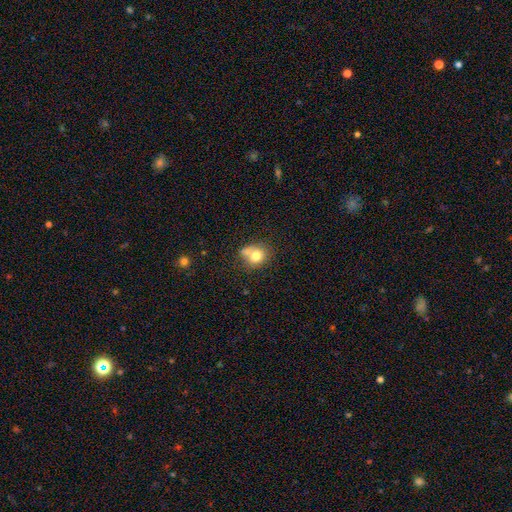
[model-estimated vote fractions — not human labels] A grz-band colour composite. It shows a smooth galaxy with no disk features (76%) that is round (67%). Merging: none (45%).